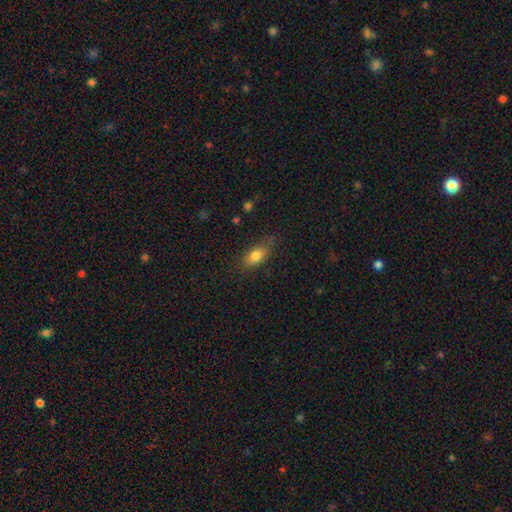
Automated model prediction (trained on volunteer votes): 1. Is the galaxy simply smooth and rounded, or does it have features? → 79% smooth, 12% featured or disk, 9% star or artifact.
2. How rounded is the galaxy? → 84% in between, 9% cigar-shaped, 6% round.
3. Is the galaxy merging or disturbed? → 71% none, 21% minor disturbance, 5% major disturbance, 2% merger.